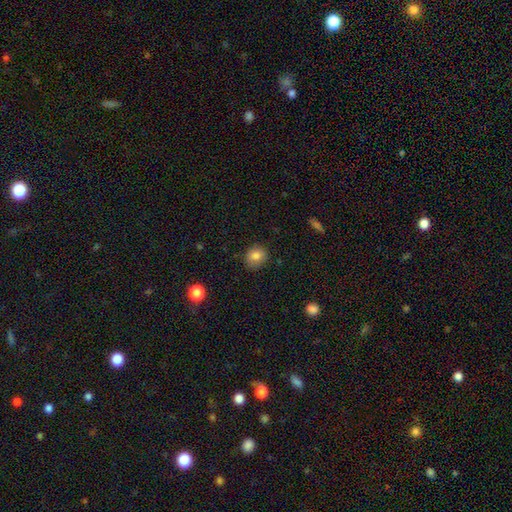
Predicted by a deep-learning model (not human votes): Smooth or featured? Predicted: smooth (p=0.82). How rounded? Predicted: round (p=0.65). Merging? Predicted: none (p=0.76).